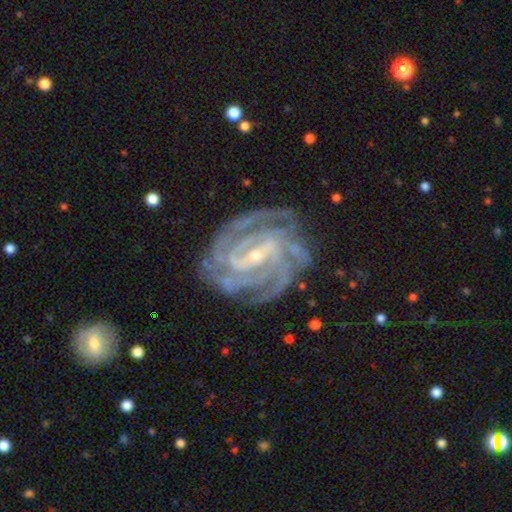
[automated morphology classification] Smooth or featured?
  - featured or disk: 91% *
  - star or artifact: 6%
  - smooth: 3%
Edge-on disk?
  - no: 97% *
  - yes: 3%
Bar?
  - strong: 46% *
  - weak: 39%
  - no: 15%
Spiral arms?
  - yes: 98% *
  - no: 2%
Spiral winding?
  - tight: 68% *
  - medium: 28%
  - loose: 3%
Spiral arm count?
  - 4: 34% *
  - 3: 23%
  - 2: 14%
  - can't tell: 14%
  - more than 4: 9%
  - 1: 6%
Bulge size?
  - small: 76% *
  - moderate: 20%
  - none: 2%
  - large: 1%
  - dominant: 1%
Merging?
  - none: 75% *
  - minor disturbance: 16%
  - major disturbance: 7%
  - merger: 2%